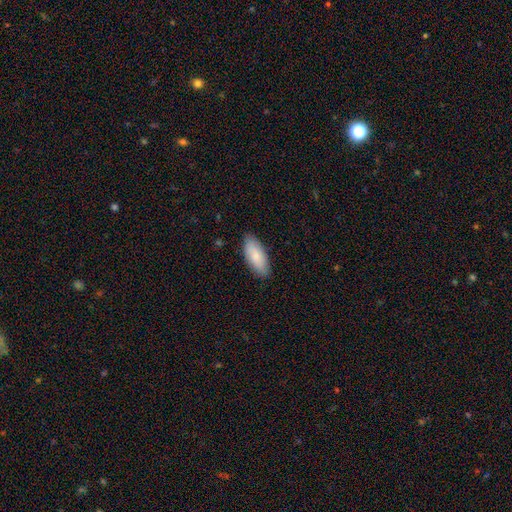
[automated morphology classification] type=smooth (84%); roundness=in between (85%); merging=none (87%).